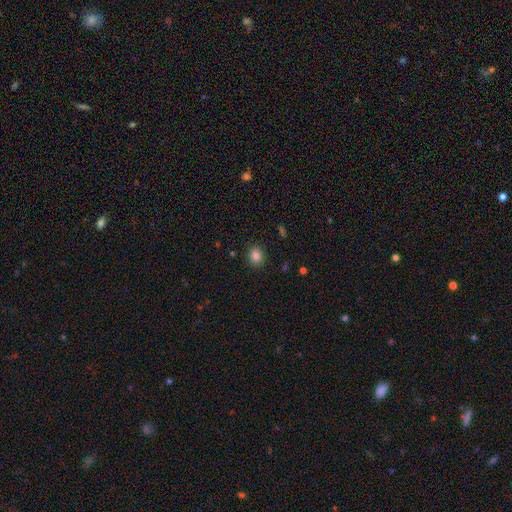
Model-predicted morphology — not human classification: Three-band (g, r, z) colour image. It shows a smooth galaxy with no disk features (83%) that is round (69%). Merging: none (89%).